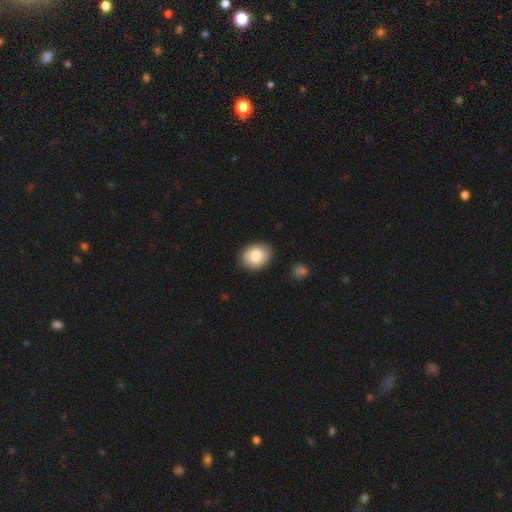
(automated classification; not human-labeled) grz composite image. It shows a smooth galaxy with no disk features (79%) that is in between round and cigar-shaped (53%). Merging: none (87%).